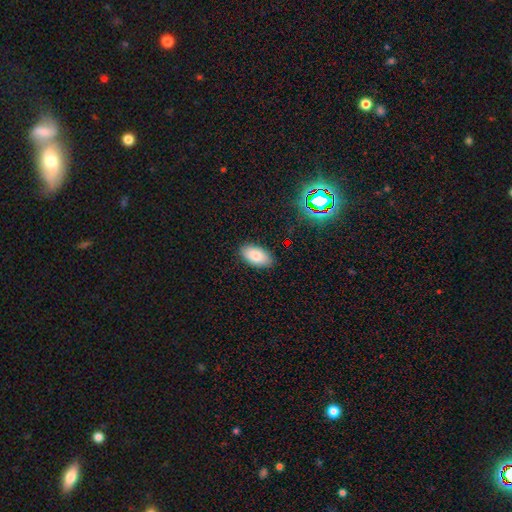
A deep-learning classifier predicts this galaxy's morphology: Q: Smooth or featured?
A: smooth (84%); runner-up: star or artifact (8%)
Q: How rounded?
A: in between (94%); runner-up: round (3%)
Q: Merging?
A: none (88%); runner-up: minor disturbance (9%)